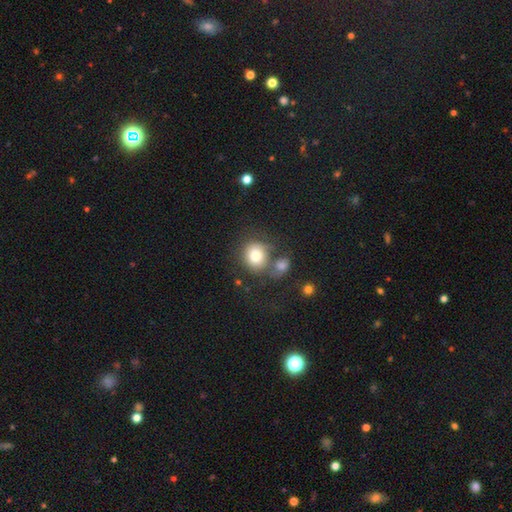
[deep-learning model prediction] smooth-or-featured: smooth: 78% | featured or disk: 13% | star or artifact: 10%
  how-rounded: round: 79% | in between: 20% | cigar-shaped: 1%
  merging: none: 49% | merger: 28% | minor disturbance: 14% | major disturbance: 8%